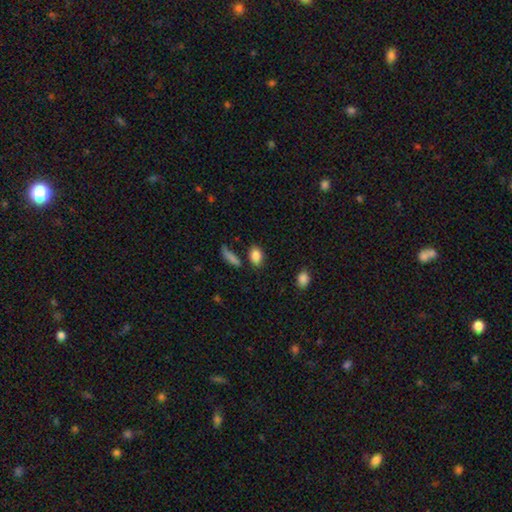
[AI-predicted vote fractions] The model was most divided on "how rounded": in between: 77%, round: 20%, cigar-shaped: 3%. More confident: smooth or featured — smooth (86%); merging — none (77%).